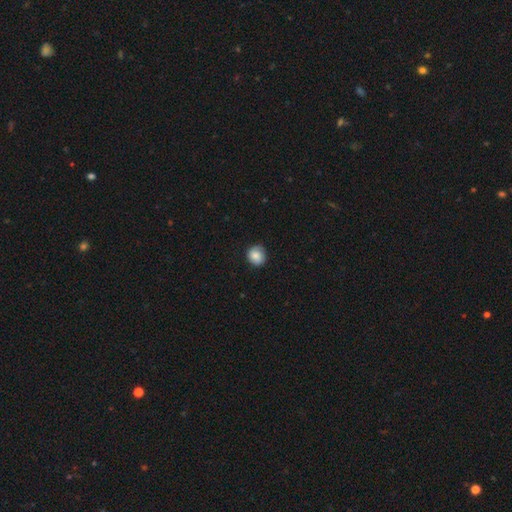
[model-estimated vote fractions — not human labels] Overall: smooth (80%). How rounded: round (84%). Merging: none (80%).